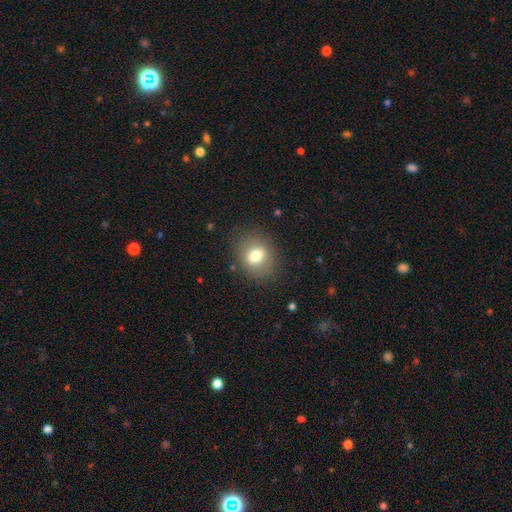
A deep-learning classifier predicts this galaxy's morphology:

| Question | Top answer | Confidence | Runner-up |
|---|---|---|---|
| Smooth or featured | smooth | 73% | featured or disk (17%) |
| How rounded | round | 50% | in between (49%) |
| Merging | none | 82% | minor disturbance (12%) |